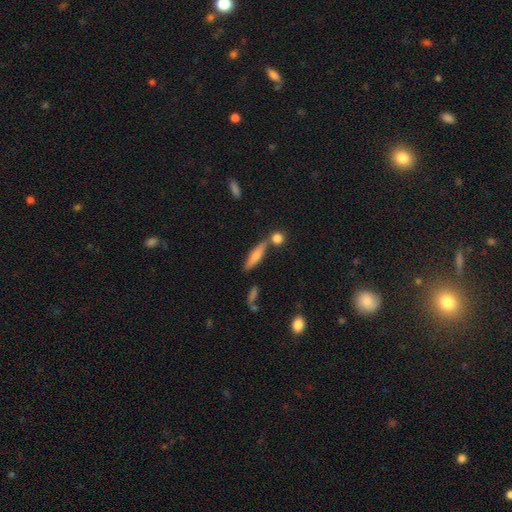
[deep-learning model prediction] Smooth or featured? smooth (63%)
How rounded? cigar-shaped (71%)
Merging? none (67%)